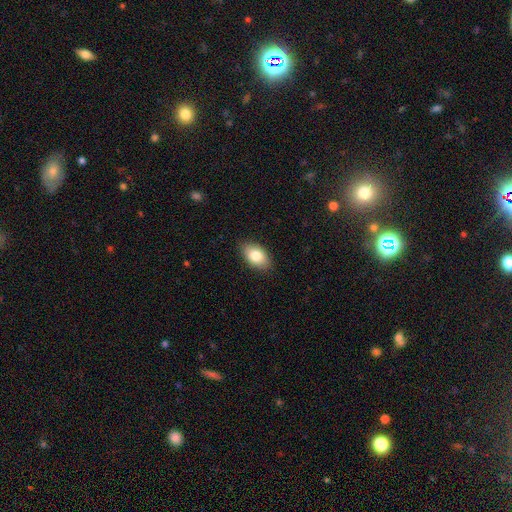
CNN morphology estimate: smooth-or-featured: smooth: 82% | featured or disk: 11% | star or artifact: 7%
  how-rounded: in between: 90% | round: 9% | cigar-shaped: 1%
  merging: none: 87% | minor disturbance: 10% | major disturbance: 2% | merger: 1%